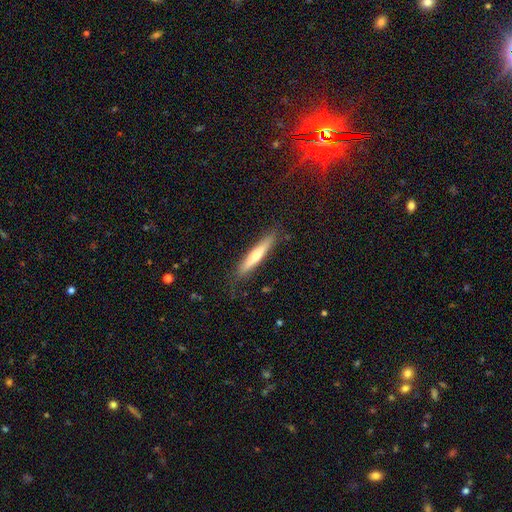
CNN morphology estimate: smooth-or-featured: smooth: 57% | featured or disk: 37% | star or artifact: 6%
  how-rounded: cigar-shaped: 92% | in between: 7% | round: 1%
  merging: none: 86% | minor disturbance: 11% | major disturbance: 2% | merger: 1%